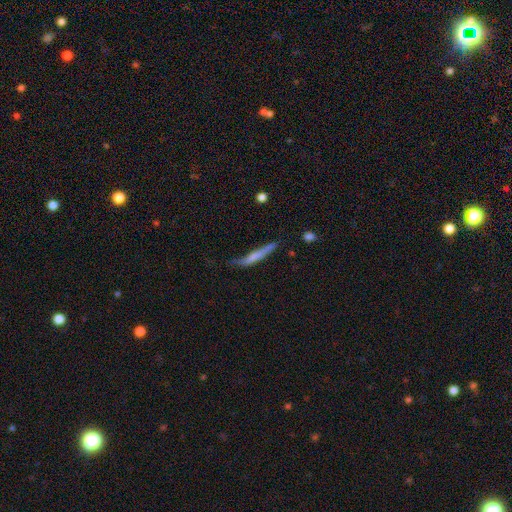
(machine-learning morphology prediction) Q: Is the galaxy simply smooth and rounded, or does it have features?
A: smooth — 60%.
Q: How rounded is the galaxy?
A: cigar-shaped — 93%.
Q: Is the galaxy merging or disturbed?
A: none — 53%.